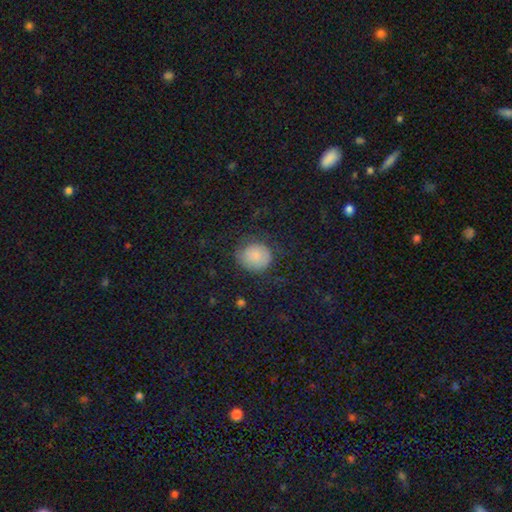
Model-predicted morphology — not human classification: smooth-or-featured: smooth: 79% | featured or disk: 11% | star or artifact: 10%
  how-rounded: round: 82% | in between: 18% | cigar-shaped: 1%
  merging: none: 70% | minor disturbance: 18% | major disturbance: 10% | merger: 1%